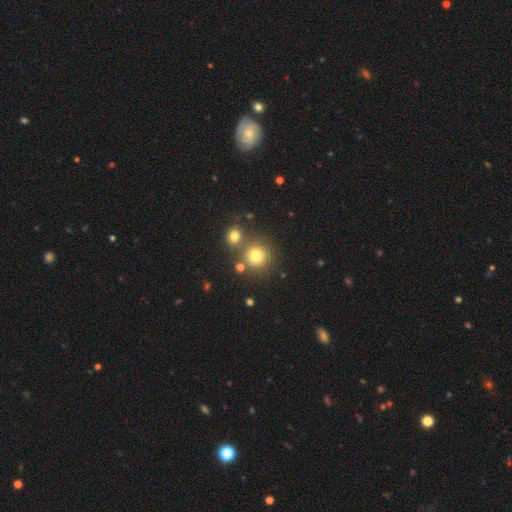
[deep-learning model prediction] Morphology: type=smooth (76%); roundness=round (92%); merging=none (71%).